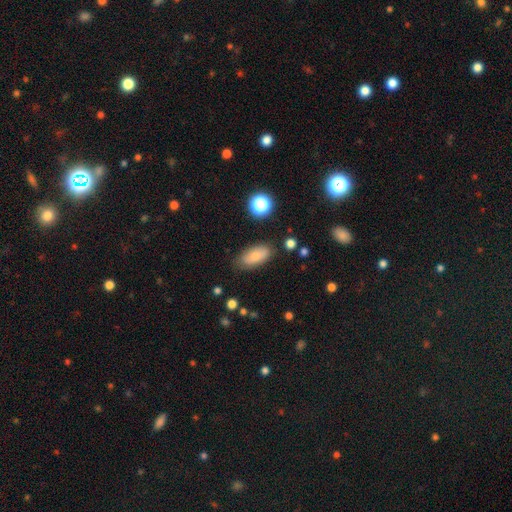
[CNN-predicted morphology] This appears to be a smooth galaxy with no disk features (76%) that is in between round and cigar-shaped (87%). Merging: none (79%).